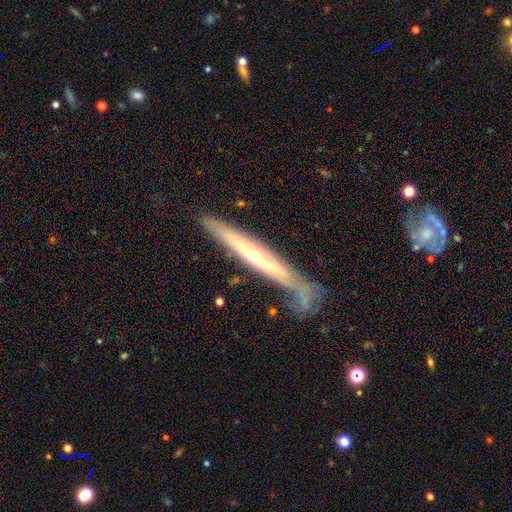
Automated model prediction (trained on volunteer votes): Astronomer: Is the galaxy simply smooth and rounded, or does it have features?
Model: featured or disk — 67%.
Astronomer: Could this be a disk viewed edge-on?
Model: yes — 83%.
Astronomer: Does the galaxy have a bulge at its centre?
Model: rounded — 68%.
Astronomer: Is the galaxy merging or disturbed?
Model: none — 60%.